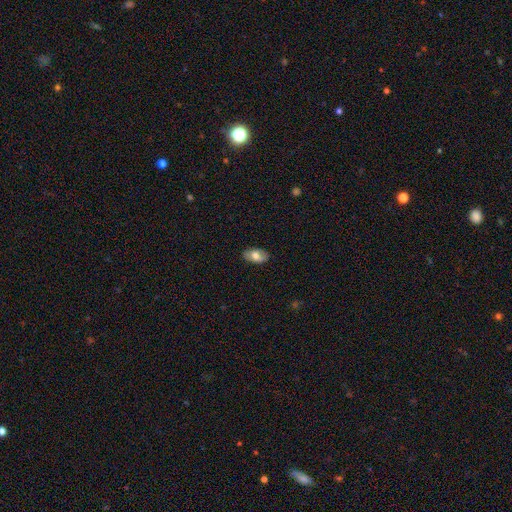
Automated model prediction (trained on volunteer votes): smooth_or_featured: smooth (p=0.65) [alt: featured or disk p=0.28]
how_rounded: in between (p=0.93) [alt: round p=0.05]
merging: none (p=0.85) [alt: minor disturbance p=0.12]